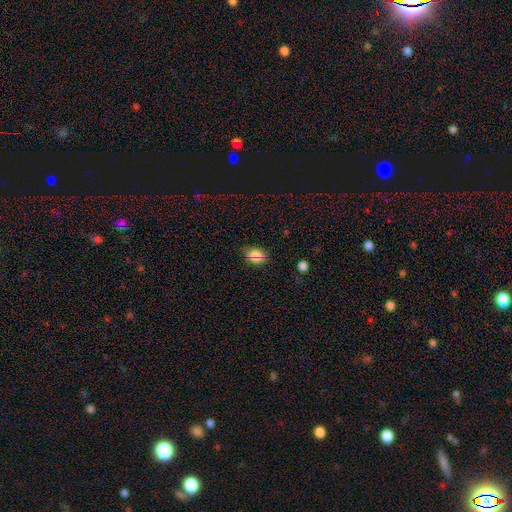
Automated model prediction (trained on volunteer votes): Smooth or featured: smooth — 76% (star or artifact — 17%)
How rounded: in between — 67% (round — 31%)
Merging: none — 80% (minor disturbance — 15%)